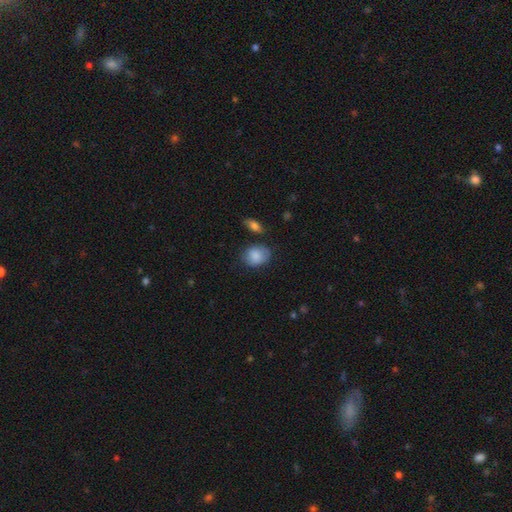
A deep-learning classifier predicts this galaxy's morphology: This is clearly a smooth galaxy (85%). How rounded: possibly in between (51%). Merging: likely none (62%).